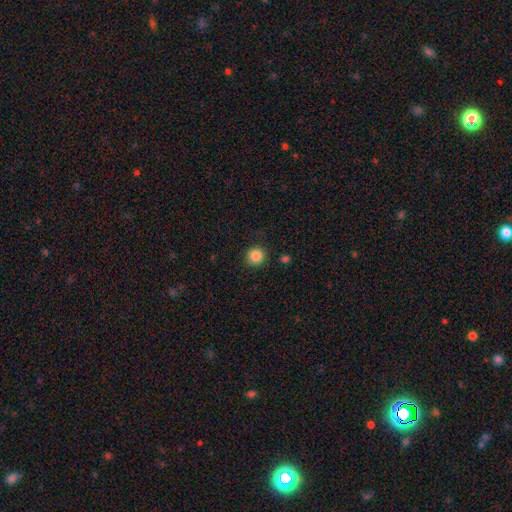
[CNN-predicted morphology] Overall: smooth (86%). How rounded: round (91%). Merging: none (89%).